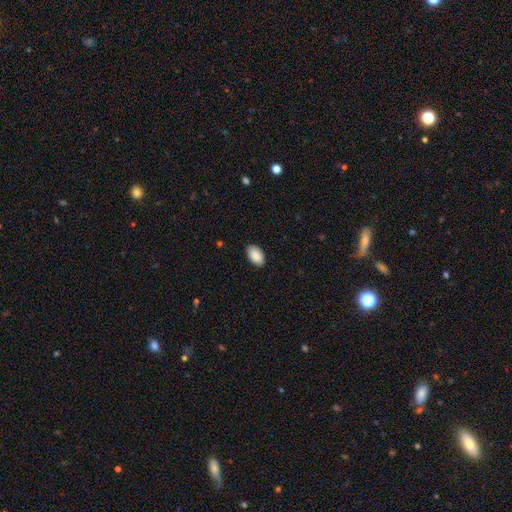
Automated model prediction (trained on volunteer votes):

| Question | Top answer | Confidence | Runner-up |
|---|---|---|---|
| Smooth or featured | smooth | 90% | star or artifact (6%) |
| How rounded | in between | 94% | round (5%) |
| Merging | none | 88% | minor disturbance (9%) |